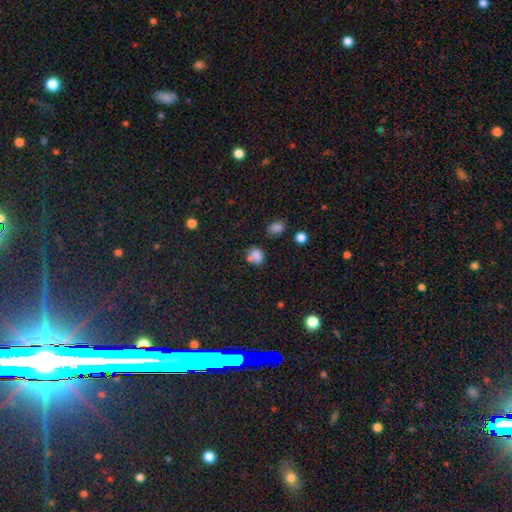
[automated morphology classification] Smooth or featured? smooth (78%)
How rounded? round (66%)
Merging? none (54%)